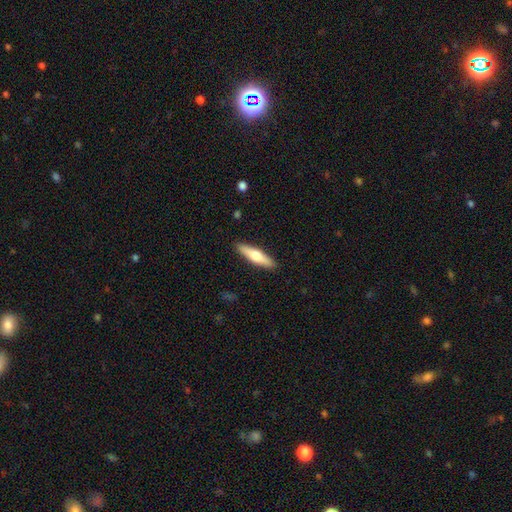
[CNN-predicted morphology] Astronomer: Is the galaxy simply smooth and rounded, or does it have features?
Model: smooth — 52% (runner-up: featured or disk, 43%).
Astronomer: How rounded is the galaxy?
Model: cigar-shaped — 75%.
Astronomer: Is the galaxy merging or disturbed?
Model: none — 90%.